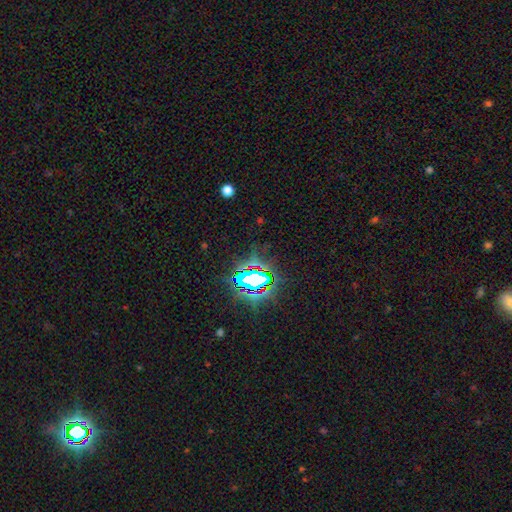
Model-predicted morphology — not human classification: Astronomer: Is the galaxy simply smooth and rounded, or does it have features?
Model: star or artifact — 81%.